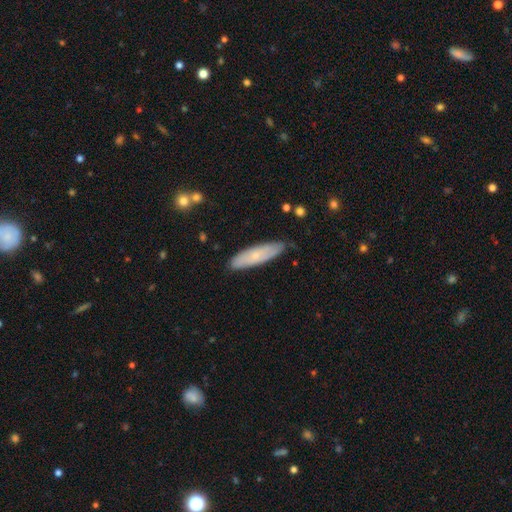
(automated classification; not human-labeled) The model was most divided on "smooth or featured": smooth: 58%, featured or disk: 36%, star or artifact: 6%. More confident: merging — none (79%); how rounded — cigar-shaped (65%).